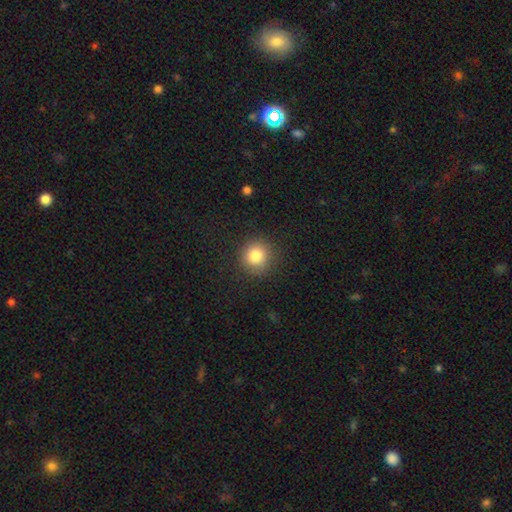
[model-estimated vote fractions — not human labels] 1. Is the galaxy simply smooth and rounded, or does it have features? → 82% smooth, 11% star or artifact, 6% featured or disk.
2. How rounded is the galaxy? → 92% round, 7% in between, 1% cigar-shaped.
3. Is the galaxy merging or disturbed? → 88% none, 8% minor disturbance, 3% major disturbance, 1% merger.